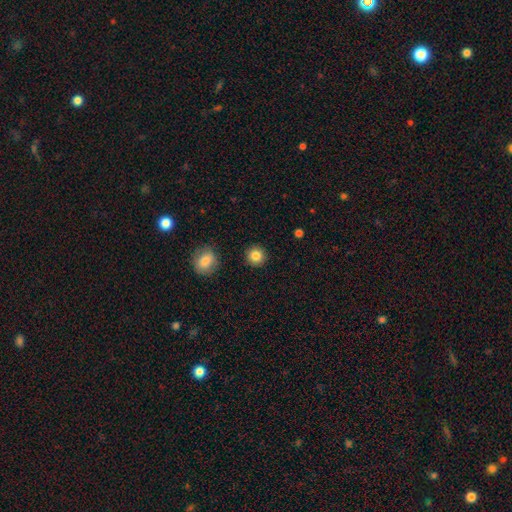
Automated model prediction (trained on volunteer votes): Smooth or featured?
  - smooth: 85% *
  - star or artifact: 10%
  - featured or disk: 5%
How rounded?
  - round: 93% *
  - in between: 6%
  - cigar-shaped: 1%
Merging?
  - none: 91% *
  - minor disturbance: 5%
  - major disturbance: 2%
  - merger: 2%